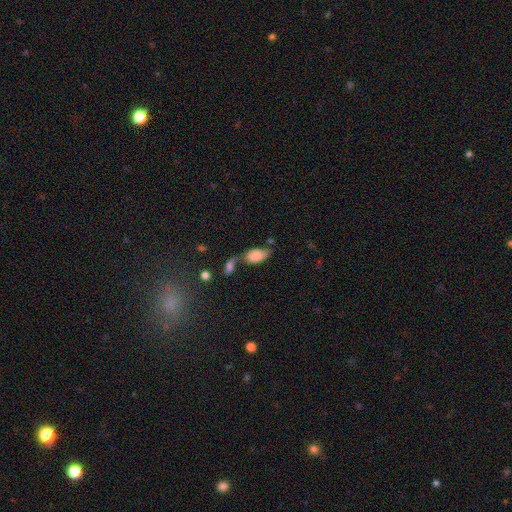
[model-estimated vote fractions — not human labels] A smooth galaxy with no disk features (75%) that is in between round and cigar-shaped (92%).

Vote fractions:
- Smooth or featured? smooth: 75% / featured or disk: 16% / star or artifact: 9%
- How rounded? in between: 92% / round: 5% / cigar-shaped: 3%
- Merging? merger: 43% / none: 26% / minor disturbance: 18% / major disturbance: 13%